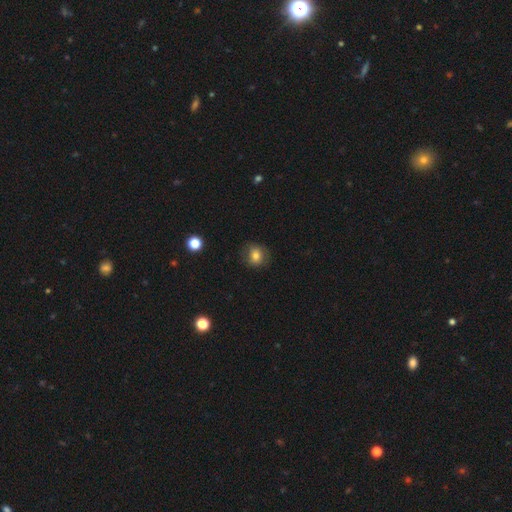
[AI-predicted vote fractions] smooth 74%, featured or disk 15%, star or artifact 11%. Down the decision tree: how rounded — round (74%); merging — none (77%).